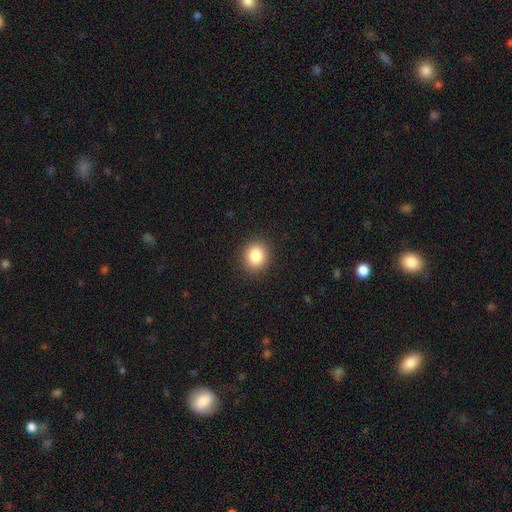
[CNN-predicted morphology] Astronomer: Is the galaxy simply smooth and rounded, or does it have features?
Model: smooth — 84%.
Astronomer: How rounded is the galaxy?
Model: round — 74%.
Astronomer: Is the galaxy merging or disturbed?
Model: none — 90%.